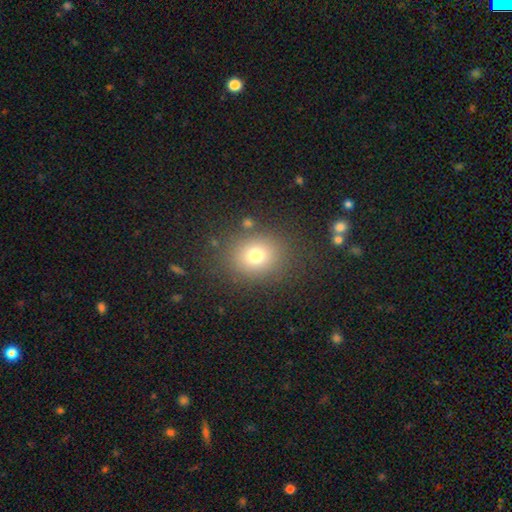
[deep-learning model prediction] Overall: smooth (75%). How rounded: round (66%; in between 33%). Merging: none (82%).